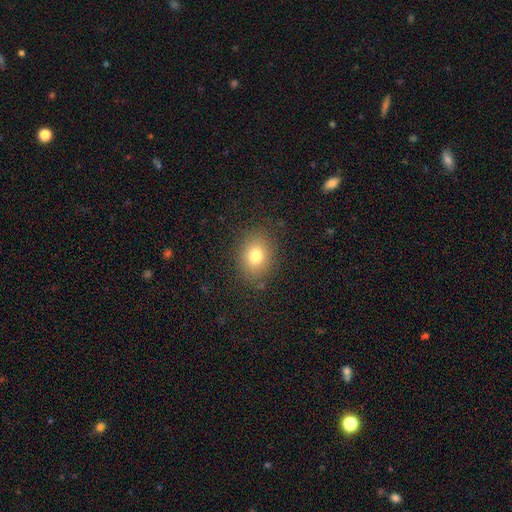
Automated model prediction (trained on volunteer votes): A smooth galaxy with no disk features (78%) that is round (53%).

Vote fractions:
- Smooth or featured? smooth: 78% / star or artifact: 12% / featured or disk: 10%
- How rounded? round: 53% / in between: 46% / cigar-shaped: 1%
- Merging? none: 84% / minor disturbance: 10% / major disturbance: 4% / merger: 1%